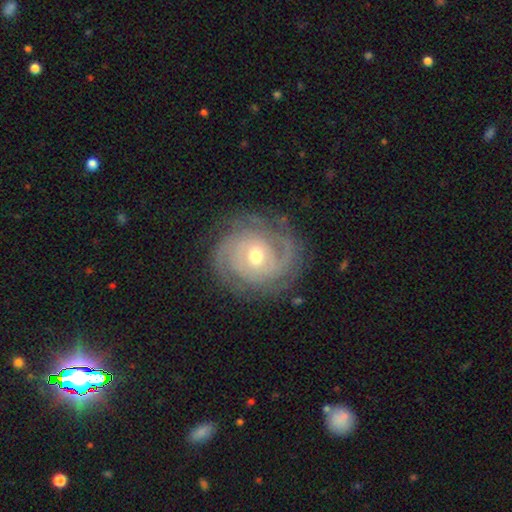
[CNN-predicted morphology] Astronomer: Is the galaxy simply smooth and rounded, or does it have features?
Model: featured or disk — 88%.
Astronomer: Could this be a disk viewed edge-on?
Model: no — 97%.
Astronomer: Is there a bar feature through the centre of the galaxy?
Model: no — 60%.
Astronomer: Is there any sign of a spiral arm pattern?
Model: yes — 97%.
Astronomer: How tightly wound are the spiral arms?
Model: tight — 78%.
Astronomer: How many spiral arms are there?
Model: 2 — 32% (runner-up: 3, 27%).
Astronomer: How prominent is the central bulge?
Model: moderate — 64%.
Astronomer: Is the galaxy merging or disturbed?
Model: none — 83%.